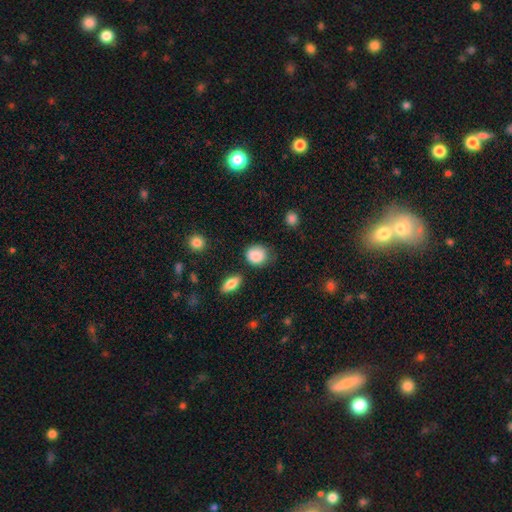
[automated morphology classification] This appears to be a smooth galaxy with no disk features (87%) that is round (76%). Merging: none (71%).